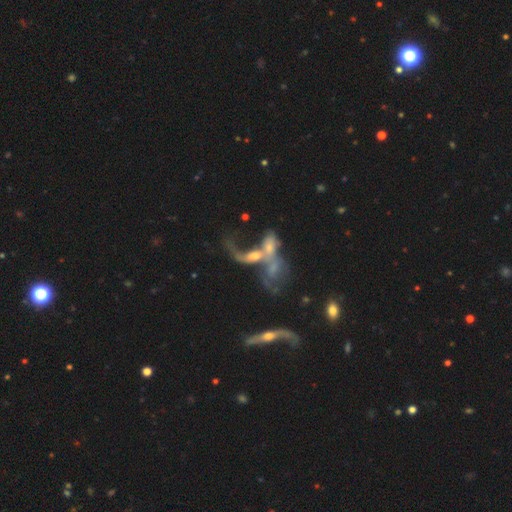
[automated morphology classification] type=featured or disk (69%); edge-on=no (88%); bar=no (69%); spiral arms=yes (57%); bulge=small (34%); merging=merger (69%).